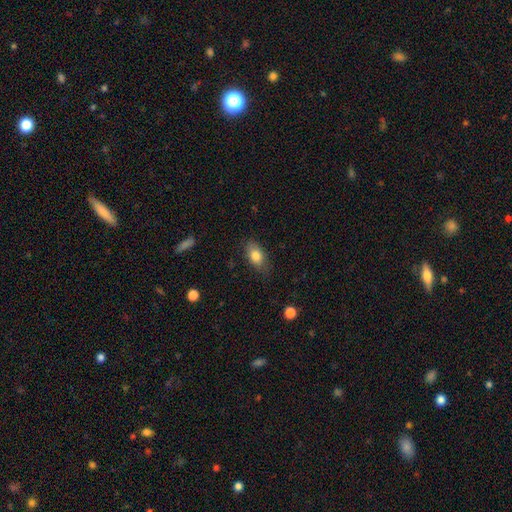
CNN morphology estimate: Overall: smooth (81%). How rounded: in between (88%). Merging: none (76%).